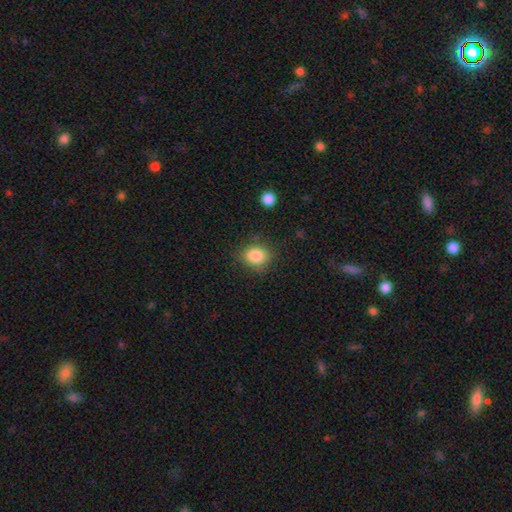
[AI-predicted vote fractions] A smooth galaxy with no disk features (85%) that is round (62%).

Vote fractions:
- Smooth or featured? smooth: 85% / star or artifact: 9% / featured or disk: 5%
- How rounded? round: 62% / in between: 37% / cigar-shaped: 1%
- Merging? none: 80% / minor disturbance: 14% / major disturbance: 4% / merger: 2%